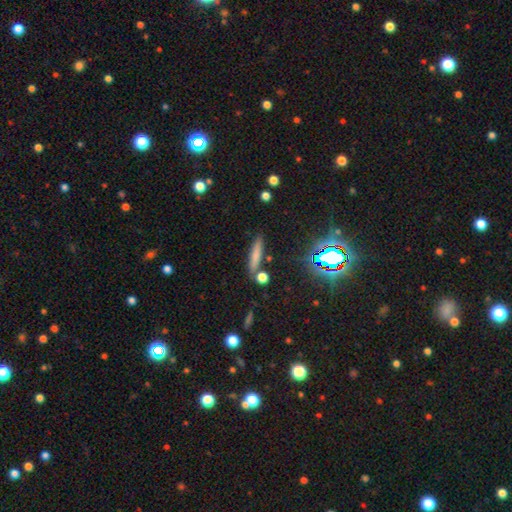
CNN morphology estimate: The model was most divided on "smooth or featured": smooth: 71%, featured or disk: 15%, star or artifact: 14%. More confident: how rounded — cigar-shaped (84%); merging — none (78%).